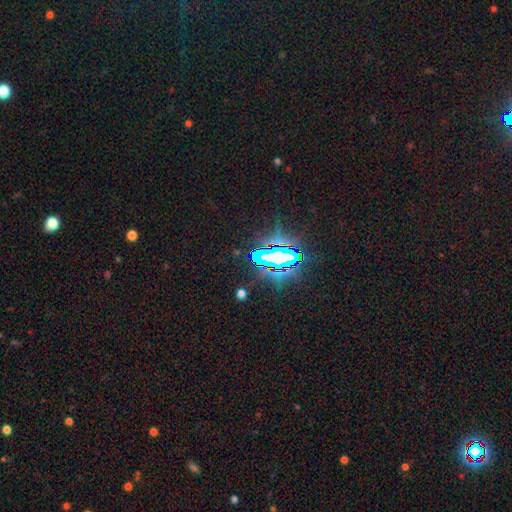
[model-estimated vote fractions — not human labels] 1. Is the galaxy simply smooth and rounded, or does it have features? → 75% star or artifact, 13% smooth, 12% featured or disk.